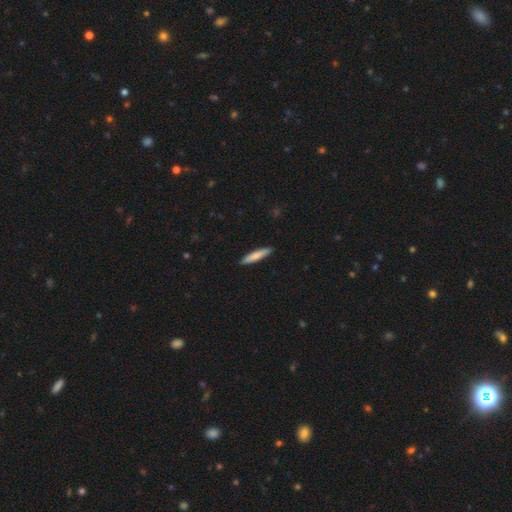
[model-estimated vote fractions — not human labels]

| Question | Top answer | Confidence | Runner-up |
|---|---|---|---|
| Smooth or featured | smooth | 82% | featured or disk (13%) |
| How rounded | cigar-shaped | 87% | in between (11%) |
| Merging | none | 91% | minor disturbance (7%) |